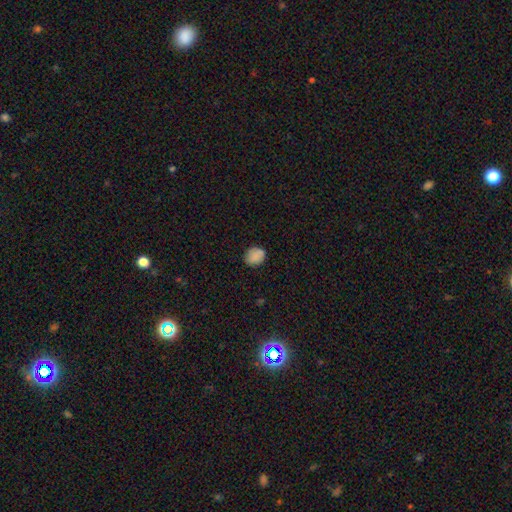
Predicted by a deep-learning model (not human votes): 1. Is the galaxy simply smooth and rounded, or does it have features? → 85% smooth, 10% star or artifact, 5% featured or disk.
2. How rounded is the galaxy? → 65% round, 34% in between, 1% cigar-shaped.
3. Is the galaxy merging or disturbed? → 82% none, 14% minor disturbance, 3% major disturbance, 1% merger.